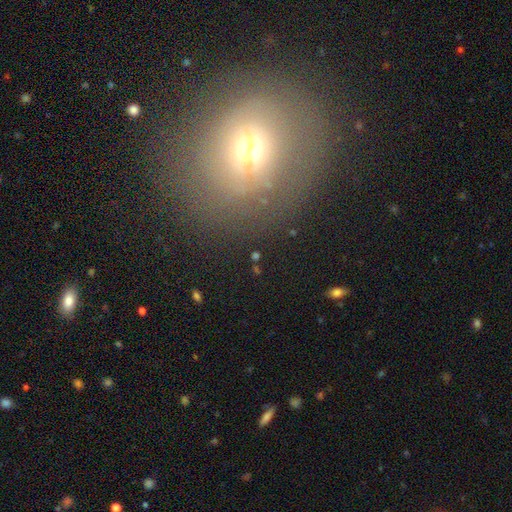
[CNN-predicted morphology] Smooth or featured: star or artifact — 42% (smooth — 34%)